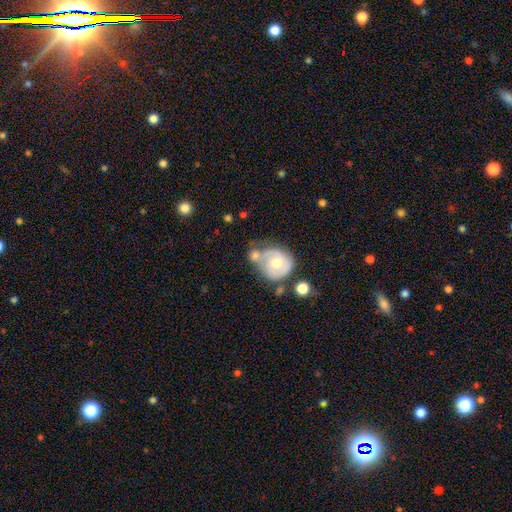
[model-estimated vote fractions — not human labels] smooth_or_featured: featured or disk (p=0.57) [alt: smooth p=0.37]
disk_edge_on: no (p=0.97) [alt: yes p=0.03]
bar: no (p=0.75) [alt: weak p=0.21]
has_spiral_arms: yes (p=0.66) [alt: no p=0.34]
bulge_size: moderate (p=0.72) [alt: small p=0.19]
merging: none (p=0.37) [alt: merger p=0.29]